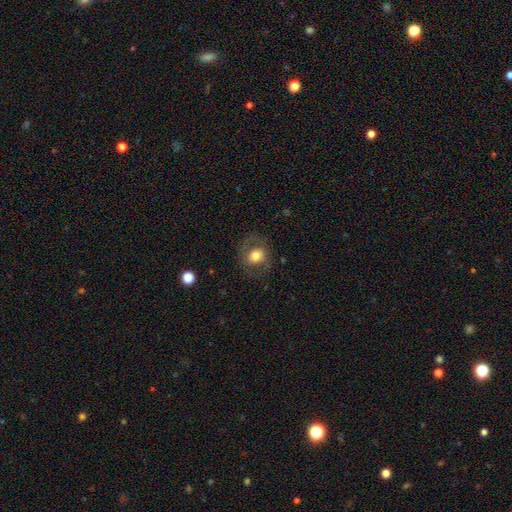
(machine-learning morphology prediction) Overall: smooth (59%; featured or disk 32%). How rounded: round (59%; in between 40%). Merging: none (73%).